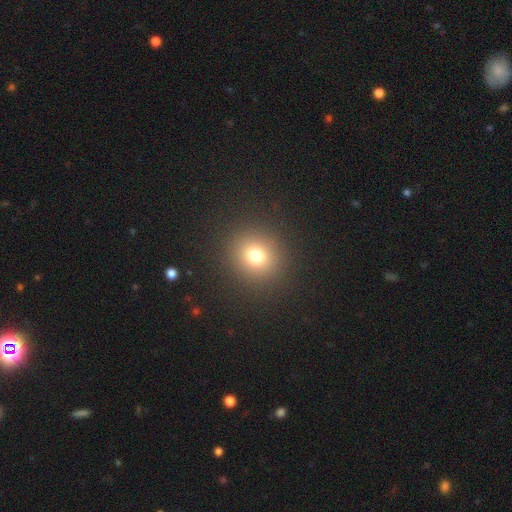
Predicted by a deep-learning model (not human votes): Smooth or featured: smooth — 74% (star or artifact — 18%)
How rounded: round — 91% (in between — 8%)
Merging: none — 91% (minor disturbance — 5%)